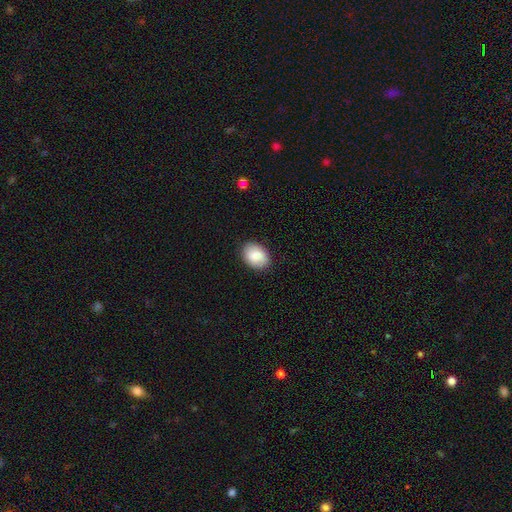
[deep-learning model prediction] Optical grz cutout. It shows a smooth galaxy with no disk features (87%) that is in between round and cigar-shaped (76%). Merging: none (87%).